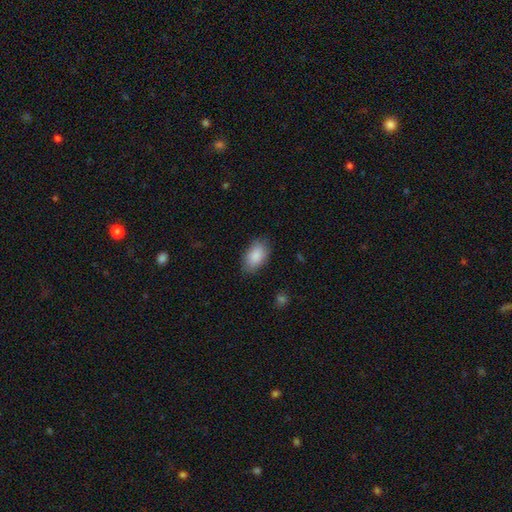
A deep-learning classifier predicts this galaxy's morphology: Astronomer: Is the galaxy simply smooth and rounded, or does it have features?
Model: smooth — 89%.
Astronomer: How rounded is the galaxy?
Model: in between — 92%.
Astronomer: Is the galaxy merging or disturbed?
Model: none — 81%.